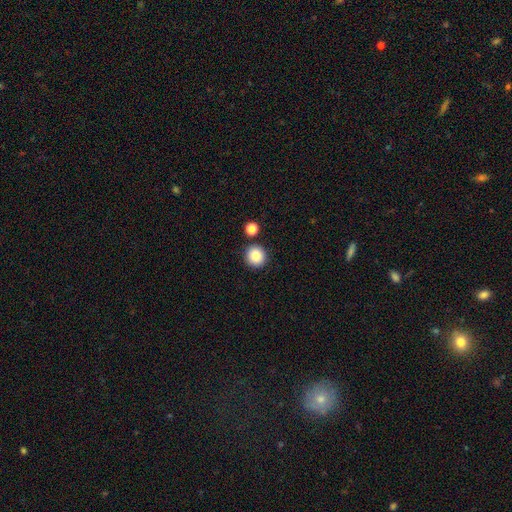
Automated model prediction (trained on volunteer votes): Smooth or featured: smooth — 85% (star or artifact — 10%)
How rounded: round — 94% (in between — 5%)
Merging: none — 86% (minor disturbance — 6%)